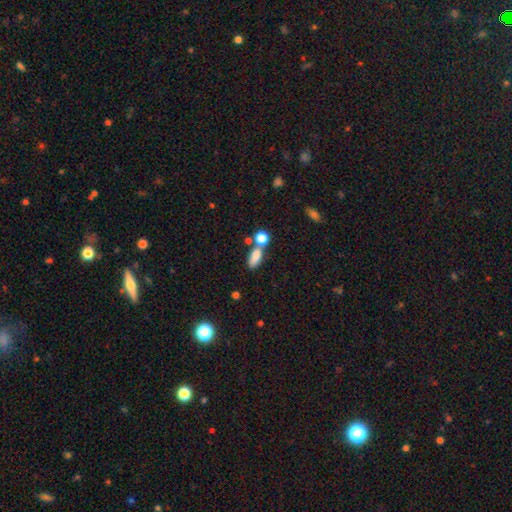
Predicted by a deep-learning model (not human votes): Smooth or featured? smooth (80%)
How rounded? in between (73%)
Merging? none (44%)